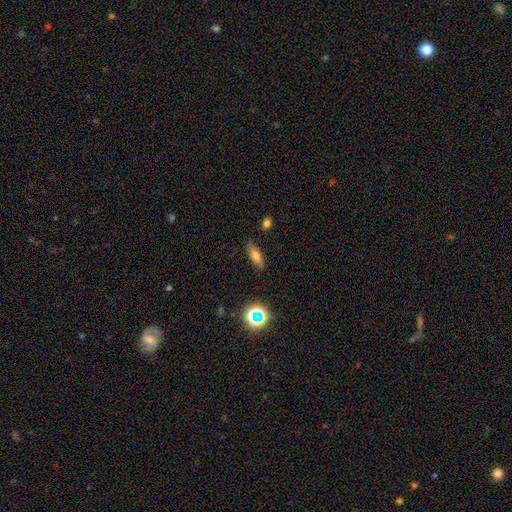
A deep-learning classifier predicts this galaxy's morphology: This appears to be a smooth galaxy with no disk features (69%) that is in between round and cigar-shaped (63%). Merging: none (84%).